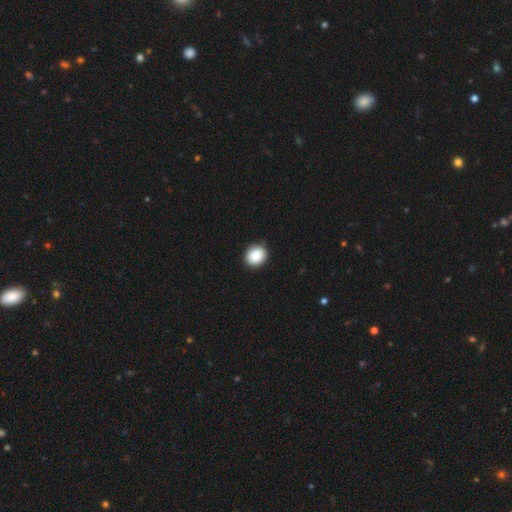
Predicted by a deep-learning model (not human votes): A smooth galaxy with no disk features (85%) that is round (75%).

Vote fractions:
- Smooth or featured? smooth: 85% / star or artifact: 8% / featured or disk: 7%
- How rounded? round: 75% / in between: 24% / cigar-shaped: 1%
- Merging? none: 90% / minor disturbance: 7% / major disturbance: 2% / merger: 1%